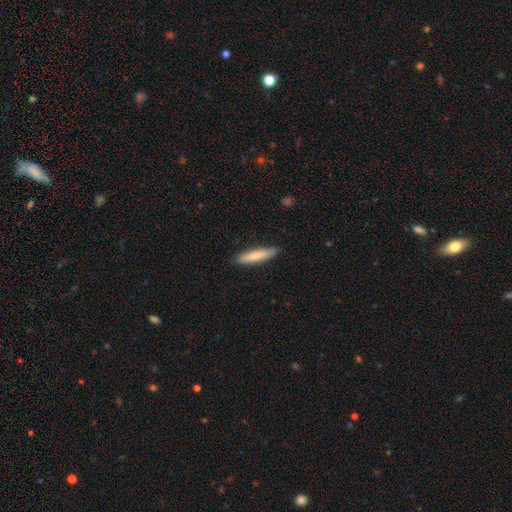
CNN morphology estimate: Smooth or featured? smooth (79%)
How rounded? cigar-shaped (84%)
Merging? none (87%)